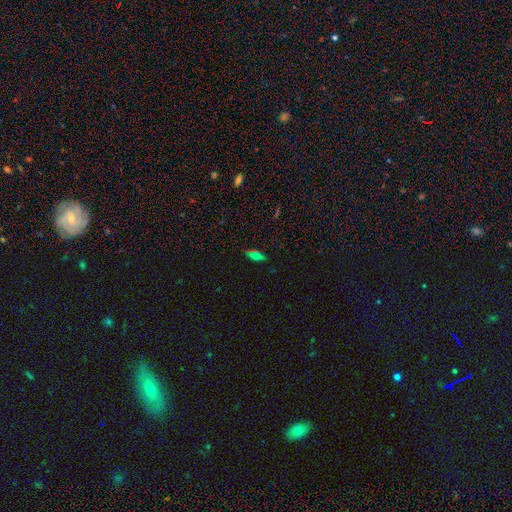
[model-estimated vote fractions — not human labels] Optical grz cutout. It shows a smooth galaxy with no disk features (57%) that is in between round and cigar-shaped (74%). Merging: none (80%).